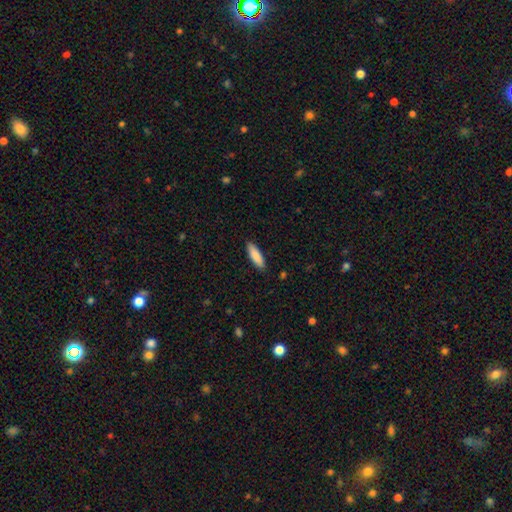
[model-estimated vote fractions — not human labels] Smooth or featured?
  - smooth: 87% *
  - featured or disk: 7%
  - star or artifact: 5%
How rounded?
  - cigar-shaped: 55% *
  - in between: 43%
  - round: 1%
Merging?
  - none: 89% *
  - minor disturbance: 8%
  - major disturbance: 2%
  - merger: 1%